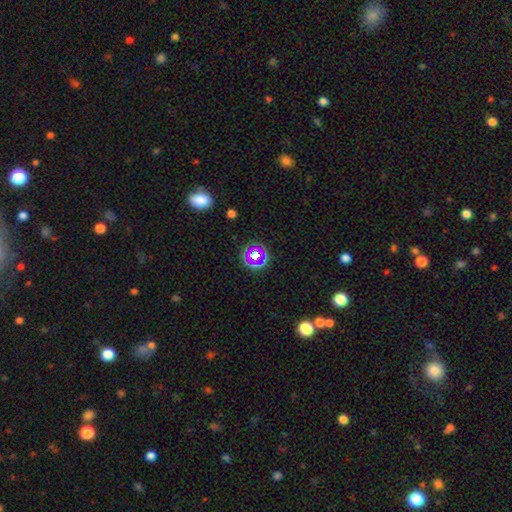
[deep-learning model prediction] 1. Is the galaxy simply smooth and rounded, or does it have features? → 51% star or artifact, 35% smooth, 14% featured or disk.